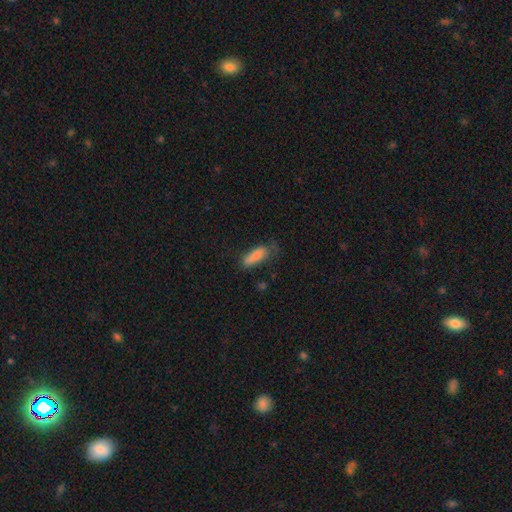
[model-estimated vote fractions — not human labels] smooth-or-featured: smooth: 82% | featured or disk: 10% | star or artifact: 8%
  how-rounded: in between: 60% | cigar-shaped: 38% | round: 2%
  merging: none: 50% | minor disturbance: 32% | major disturbance: 14% | merger: 4%